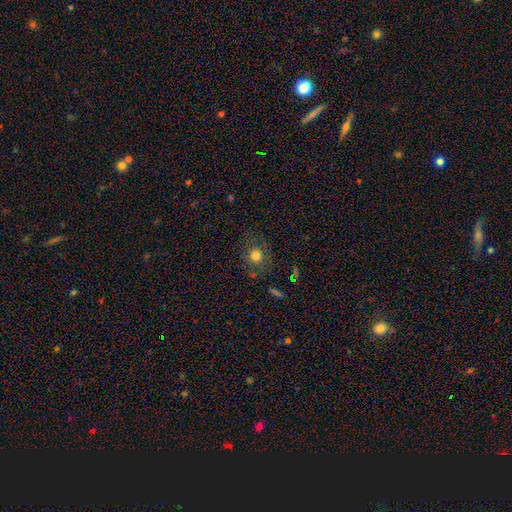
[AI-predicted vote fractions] Smooth or featured?
  - smooth: 72% *
  - featured or disk: 14%
  - star or artifact: 14%
How rounded?
  - round: 85% *
  - in between: 14%
  - cigar-shaped: 1%
Merging?
  - none: 78% *
  - minor disturbance: 13%
  - major disturbance: 7%
  - merger: 2%